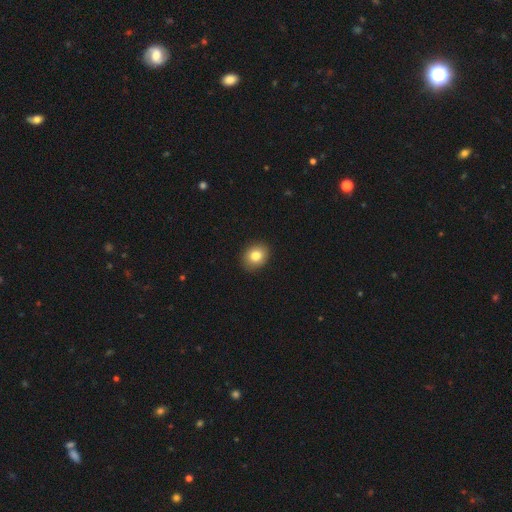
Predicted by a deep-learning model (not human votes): This is clearly a smooth galaxy (82%). How rounded: possibly round (52%). Merging: clearly none (90%).